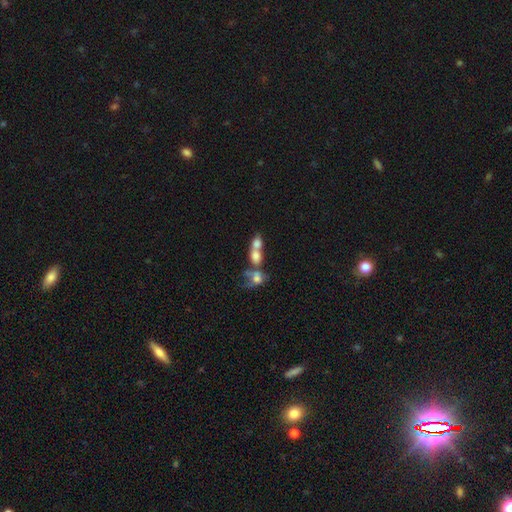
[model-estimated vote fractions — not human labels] smooth_or_featured: smooth (p=0.66) [alt: featured or disk p=0.22]
how_rounded: in between (p=0.56) [alt: round p=0.40]
merging: merger (p=0.70) [alt: none p=0.17]